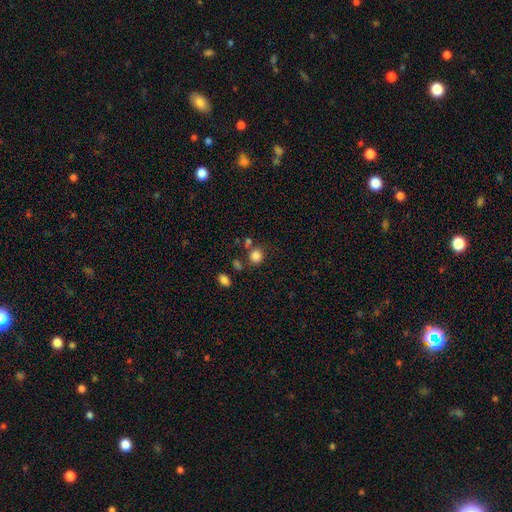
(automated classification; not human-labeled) Smooth or featured: smooth — 84% (star or artifact — 11%)
How rounded: round — 78% (in between — 21%)
Merging: none — 70% (merger — 13%)